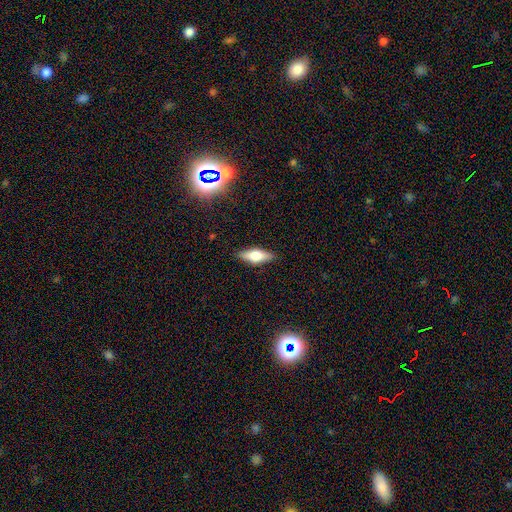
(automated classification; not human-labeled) Smooth or featured? smooth (53%)
How rounded? in between (60%)
Merging? none (88%)